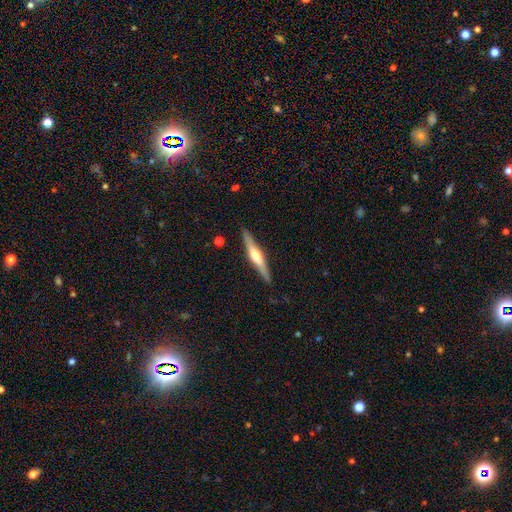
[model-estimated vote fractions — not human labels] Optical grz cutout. It shows a featured or disk galaxy (65%) viewed edge-on (97%) with a rounded central bulge (86%). Merging: none (89%).